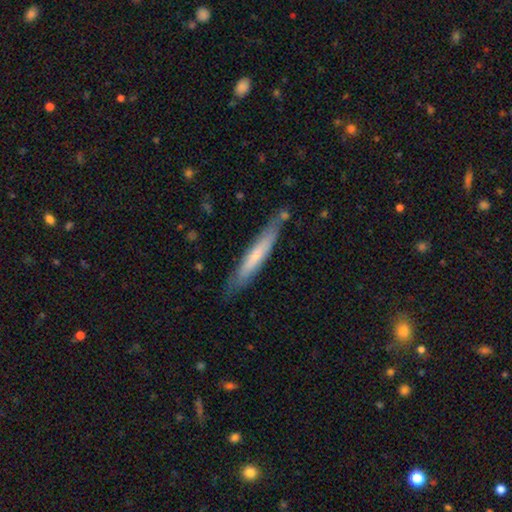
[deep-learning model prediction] smooth_or_featured: smooth (p=0.56) [alt: featured or disk p=0.39]
how_rounded: cigar-shaped (p=0.92) [alt: in between p=0.06]
merging: none (p=0.79) [alt: minor disturbance p=0.15]